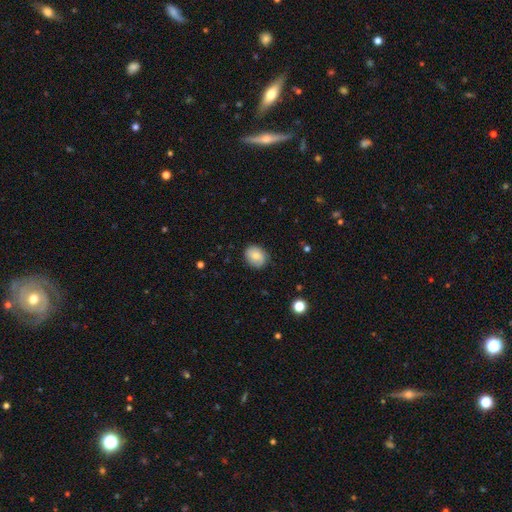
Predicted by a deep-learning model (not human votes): smooth-or-featured: smooth: 74% | featured or disk: 18% | star or artifact: 8%
  how-rounded: in between: 58% | round: 41% | cigar-shaped: 1%
  merging: none: 80% | minor disturbance: 15% | major disturbance: 3% | merger: 1%